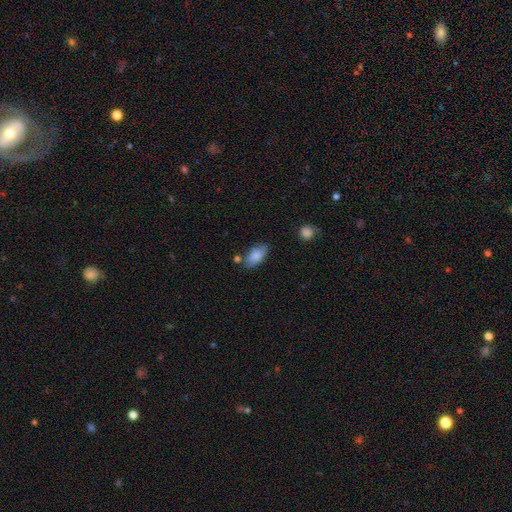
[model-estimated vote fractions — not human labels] A smooth galaxy with no disk features (81%) that is in between round and cigar-shaped (92%). Merging: none (66%).